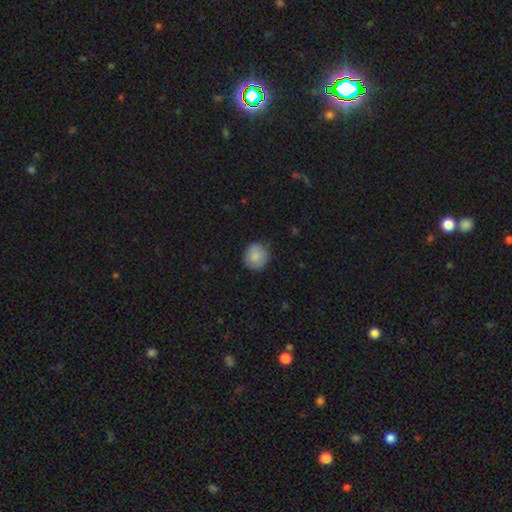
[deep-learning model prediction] Smooth or featured? Predicted: smooth (p=0.86). How rounded? Predicted: round (p=0.90). Merging? Predicted: none (p=0.86).